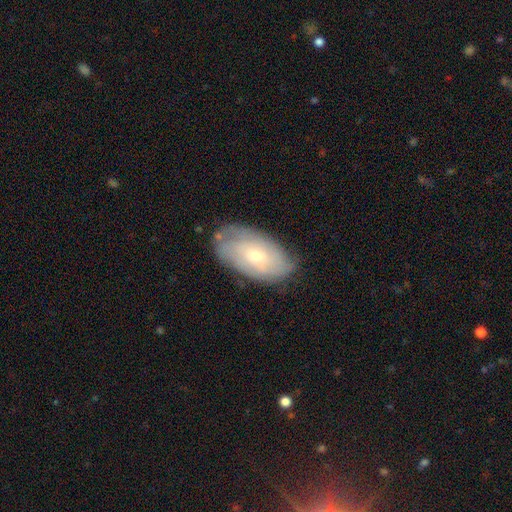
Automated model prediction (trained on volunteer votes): featured or disk 48%, smooth 46%, star or artifact 7%. Down the decision tree: merging — none (72%).